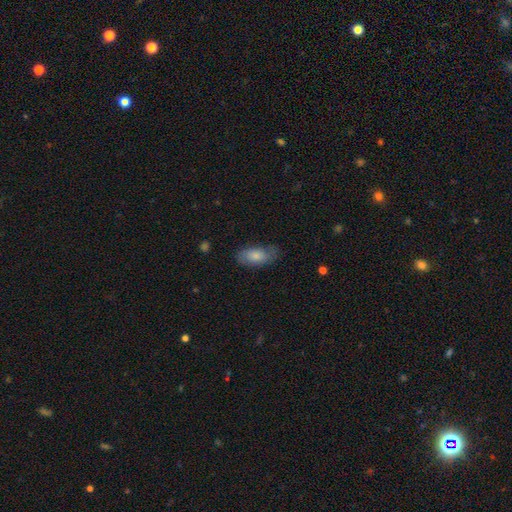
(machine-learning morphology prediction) Smooth or featured?
  - smooth: 78% *
  - featured or disk: 16%
  - star or artifact: 6%
How rounded?
  - in between: 91% *
  - cigar-shaped: 6%
  - round: 3%
Merging?
  - none: 69% *
  - minor disturbance: 23%
  - major disturbance: 7%
  - merger: 1%